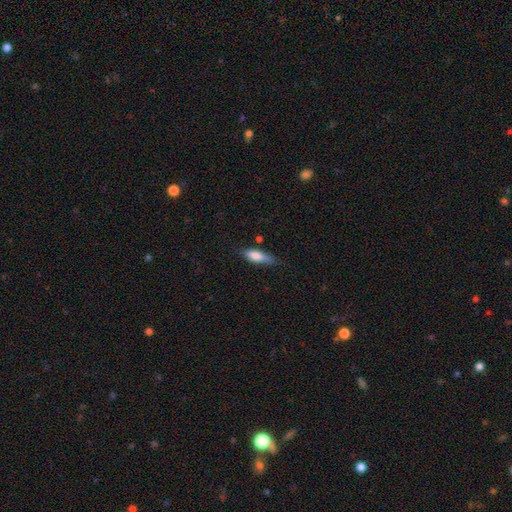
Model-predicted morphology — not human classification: The model was most divided on "how rounded": in between: 53%, cigar-shaped: 45%, round: 2%. More confident: smooth or featured — smooth (79%); merging — none (62%).